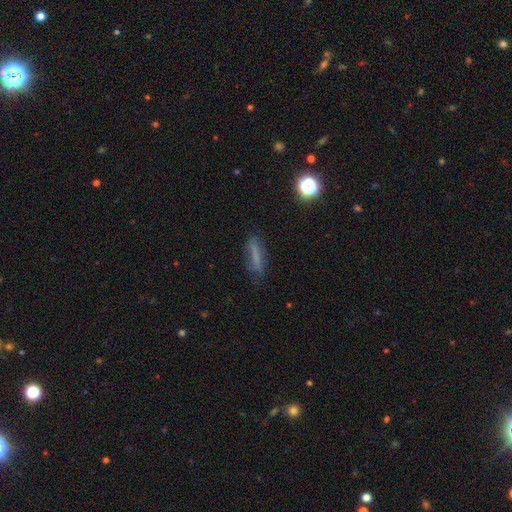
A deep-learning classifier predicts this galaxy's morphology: This appears to be a smooth galaxy with no disk features (62%) that is cigar-shaped (77%). Merging: none (71%).